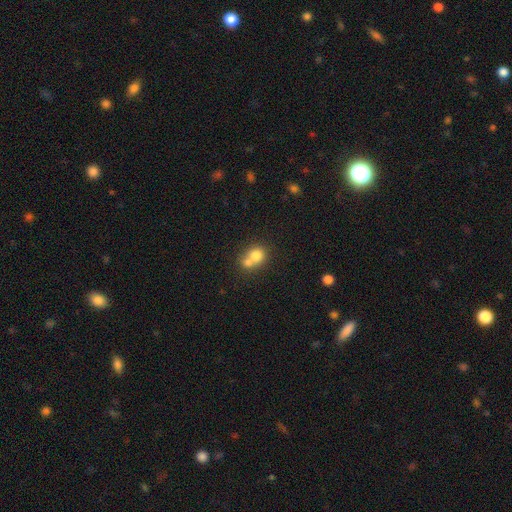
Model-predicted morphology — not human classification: The model was most divided on "merging": merger: 60%, none: 30%, minor disturbance: 6%, major disturbance: 3%. More confident: smooth or featured — smooth (74%); how rounded — round (74%).